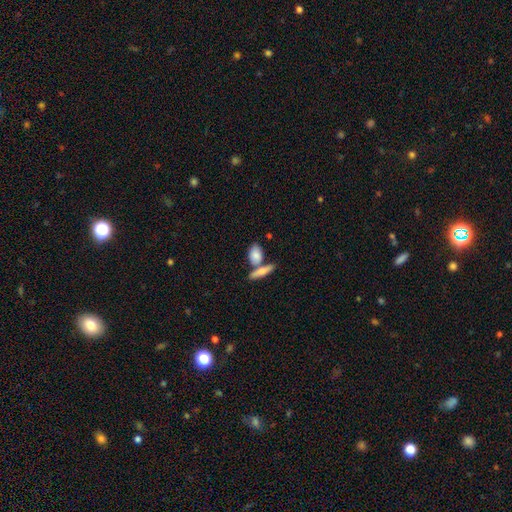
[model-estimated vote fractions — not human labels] Smooth or featured? Predicted: smooth (p=0.81). How rounded? Predicted: in between (p=0.79). Merging? Predicted: none (p=0.49).